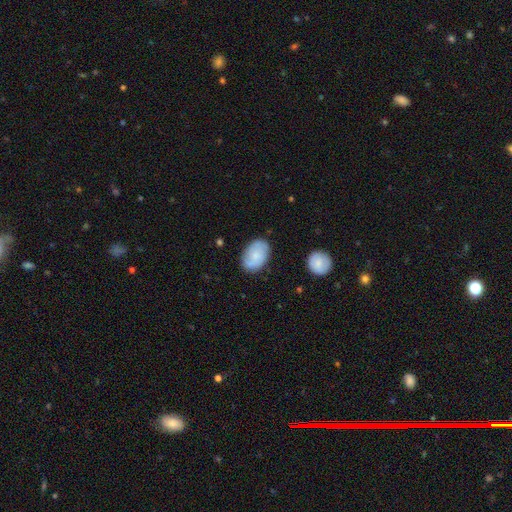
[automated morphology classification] A smooth galaxy with no disk features (58%) that is in between round and cigar-shaped (84%).

Vote fractions:
- Smooth or featured? smooth: 58% / featured or disk: 35% / star or artifact: 7%
- How rounded? in between: 84% / round: 15% / cigar-shaped: 1%
- Merging? none: 79% / minor disturbance: 16% / major disturbance: 4% / merger: 2%